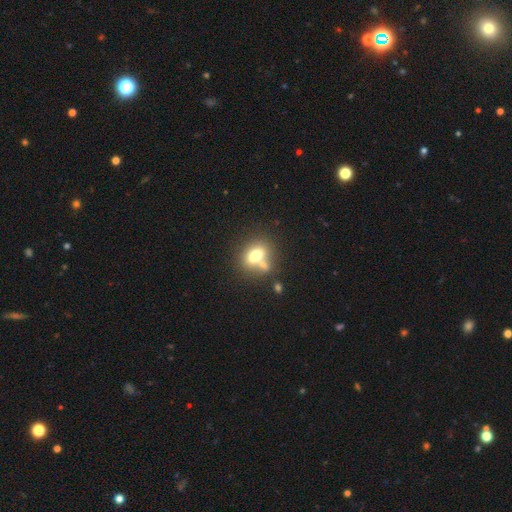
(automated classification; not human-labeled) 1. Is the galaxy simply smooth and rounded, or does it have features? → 72% smooth, 18% featured or disk, 10% star or artifact.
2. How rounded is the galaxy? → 66% in between, 31% round, 3% cigar-shaped.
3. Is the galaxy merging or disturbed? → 48% none, 33% merger, 13% minor disturbance, 6% major disturbance.